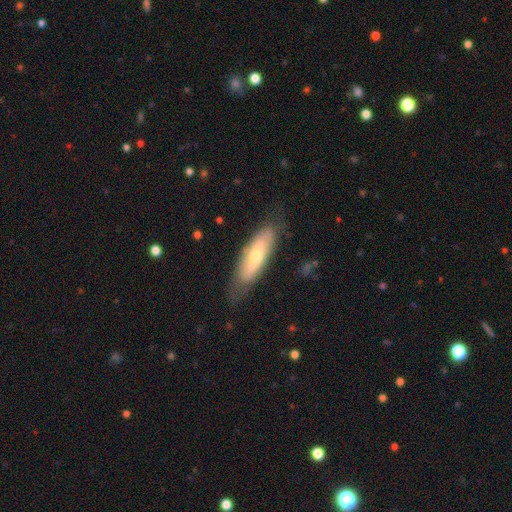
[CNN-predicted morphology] smooth-or-featured: featured or disk: 48% | smooth: 45% | star or artifact: 6%
  merging: none: 72% | minor disturbance: 20% | major disturbance: 6% | merger: 1%